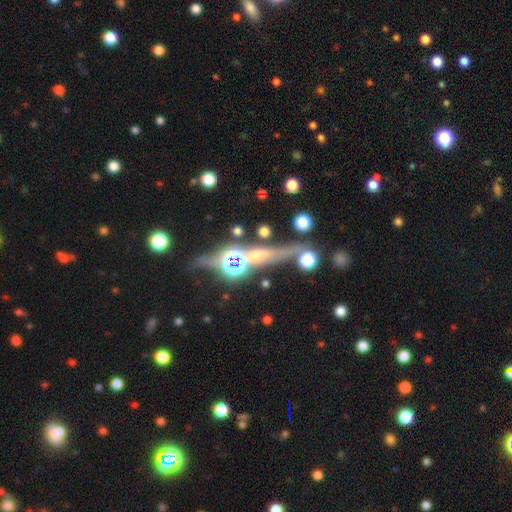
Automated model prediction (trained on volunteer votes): A featured or disk galaxy (44%).

Vote fractions:
- Smooth or featured? featured or disk: 44% / star or artifact: 28% / smooth: 28%
- Merging? none: 65% / minor disturbance: 15% / merger: 11% / major disturbance: 8%